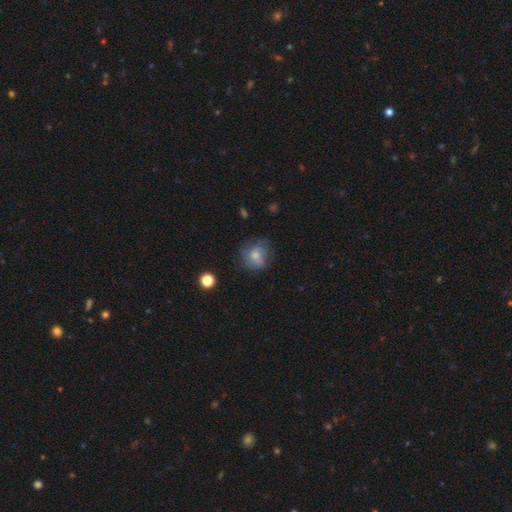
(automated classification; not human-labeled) smooth 71%, featured or disk 18%, star or artifact 10%. Down the decision tree: how rounded — round (72%); merging — none (57%).